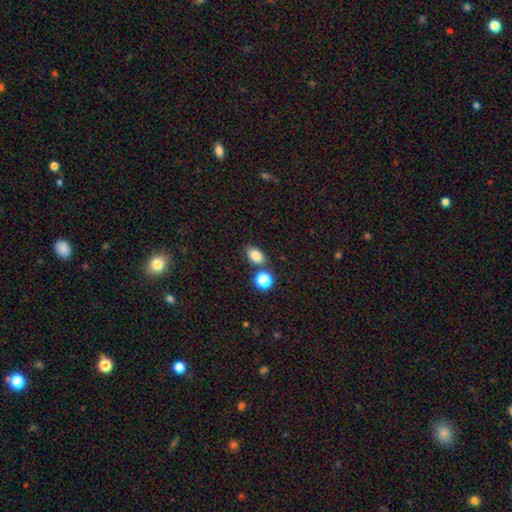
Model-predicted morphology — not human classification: Smooth or featured? Predicted: smooth (p=0.83). How rounded? Predicted: in between (p=0.82). Merging? Predicted: none (p=0.74).